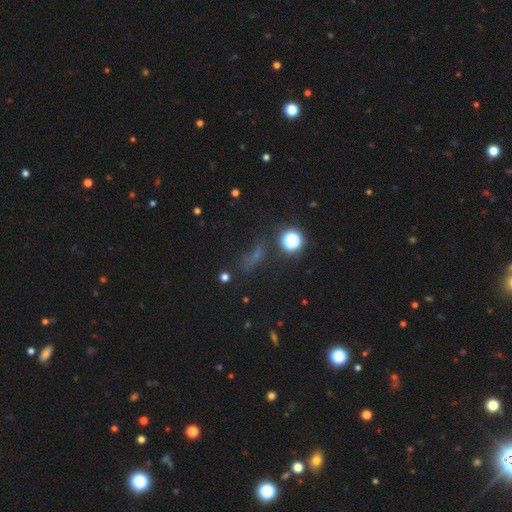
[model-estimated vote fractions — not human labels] A star or artifact, not a galaxy (51%).